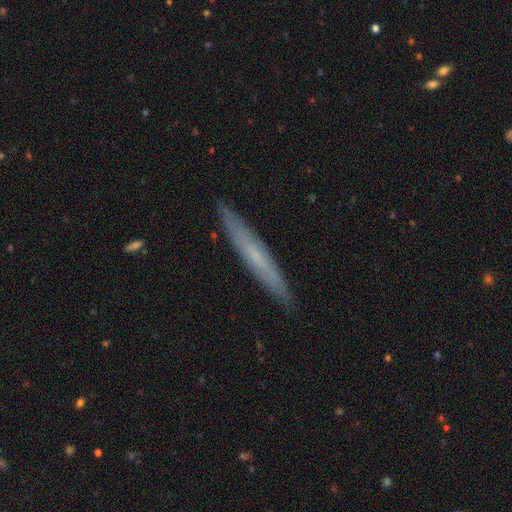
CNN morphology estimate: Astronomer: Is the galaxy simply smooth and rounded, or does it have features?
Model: featured or disk — 47% (runner-up: smooth, 46%).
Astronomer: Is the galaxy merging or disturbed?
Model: none — 90%.